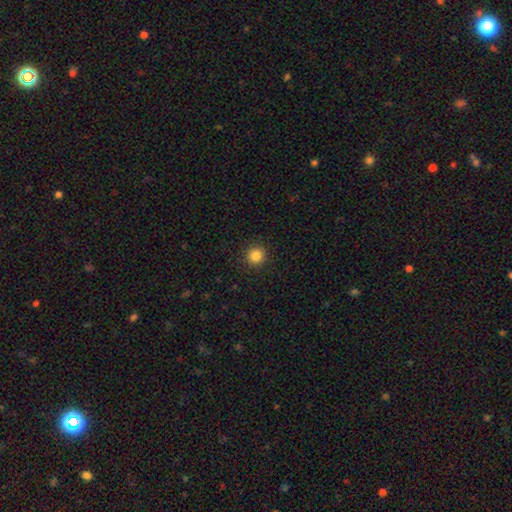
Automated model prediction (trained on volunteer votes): This is clearly a smooth galaxy (85%). How rounded: clearly round (95%). Merging: clearly none (92%).